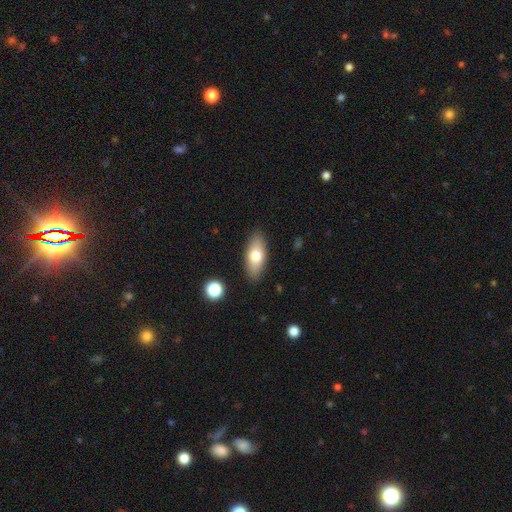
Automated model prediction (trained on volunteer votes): A smooth galaxy with no disk features (72%) that is in between round and cigar-shaped (81%). Merging: none (87%).